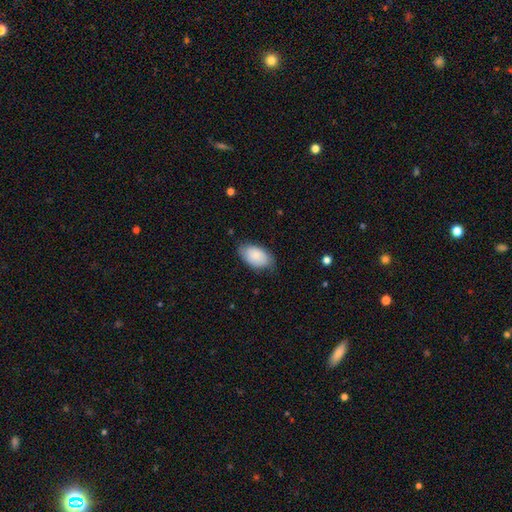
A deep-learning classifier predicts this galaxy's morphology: type=smooth (82%); roundness=in between (94%); merging=none (73%).